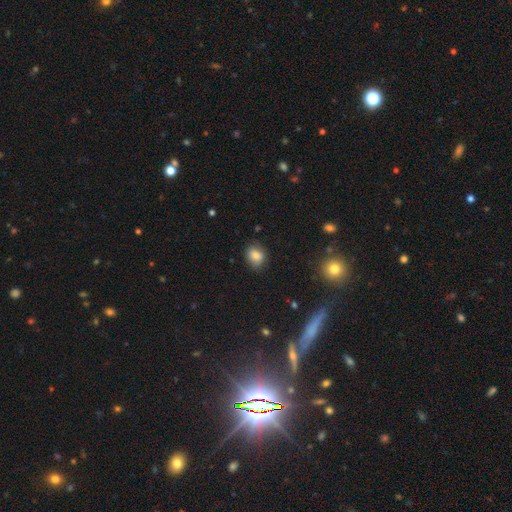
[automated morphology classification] Smooth or featured: smooth — 82% (star or artifact — 10%)
How rounded: in between — 54% (round — 45%)
Merging: none — 75% (minor disturbance — 19%)